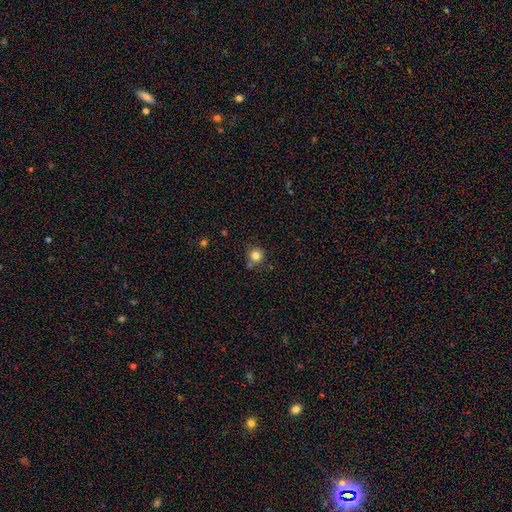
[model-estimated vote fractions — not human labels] Morphology: type=smooth (82%); roundness=round (93%); merging=none (77%).